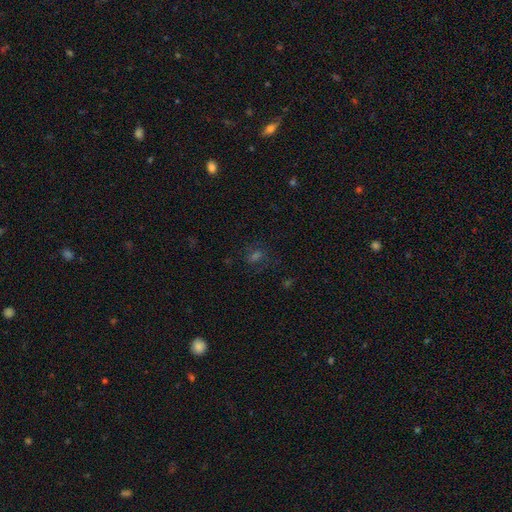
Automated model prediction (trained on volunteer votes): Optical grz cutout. It shows a smooth galaxy with no disk features (41%). Merging: none (71%).